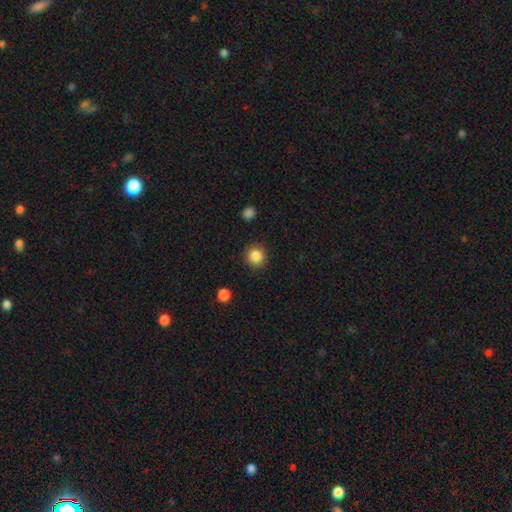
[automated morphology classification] type=smooth (86%); roundness=round (93%); merging=none (90%).